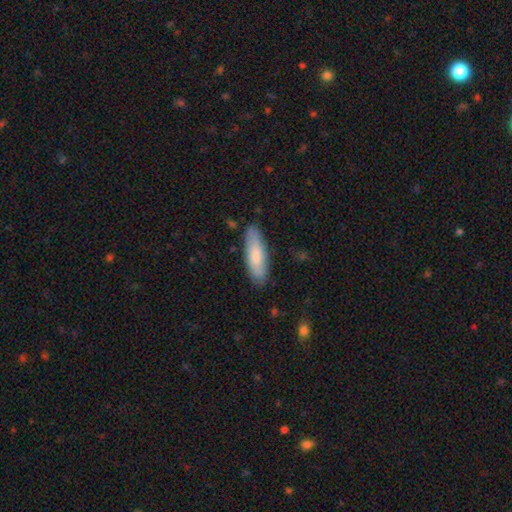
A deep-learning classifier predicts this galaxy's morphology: Smooth or featured? smooth (76%)
How rounded? in between (52%)
Merging? none (84%)